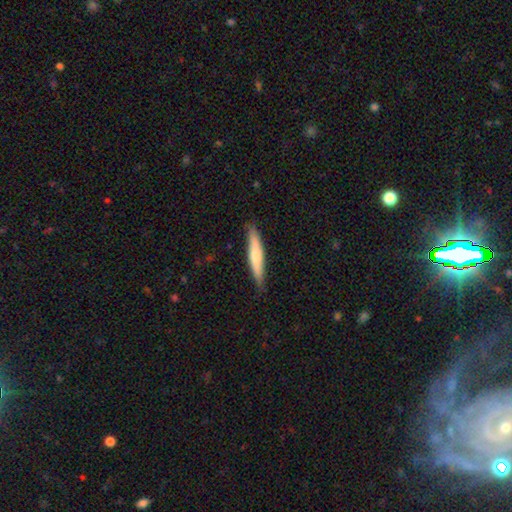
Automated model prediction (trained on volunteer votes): This is likely a smooth galaxy (62%). How rounded: clearly cigar-shaped (91%). Merging: clearly none (85%).